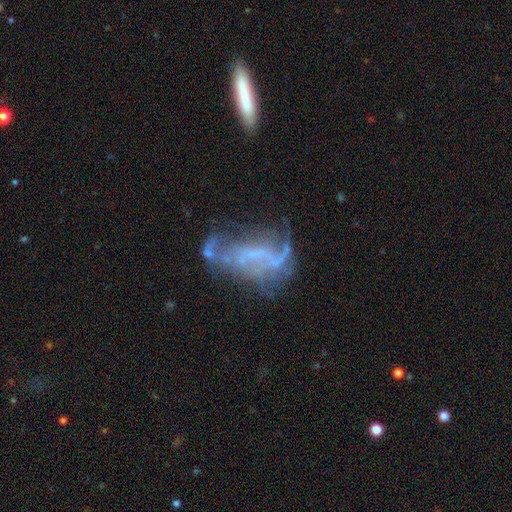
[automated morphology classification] Smooth or featured? featured or disk (67%)
Edge-on disk? no (92%)
Bar? no (58%)
Spiral arms? no (59%)
Bulge size? none (67%)
Merging? major disturbance (33%)